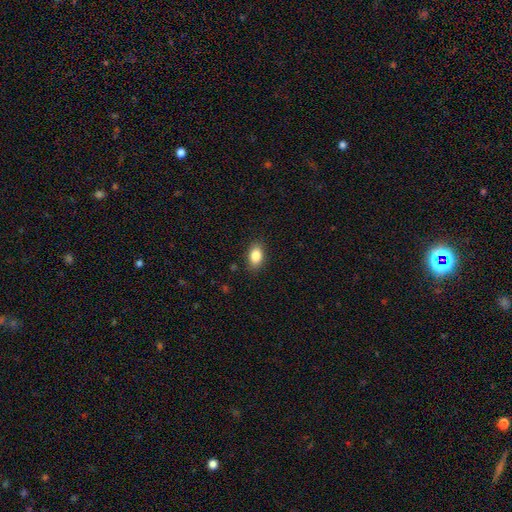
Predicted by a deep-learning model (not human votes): This is clearly a smooth galaxy (86%). How rounded: clearly in between (86%). Merging: clearly none (87%).